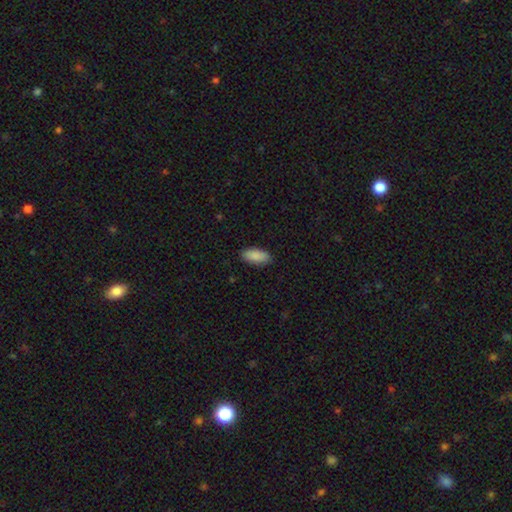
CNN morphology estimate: This appears to be a smooth galaxy with no disk features (90%) that is in between round and cigar-shaped (88%). Merging: none (88%).